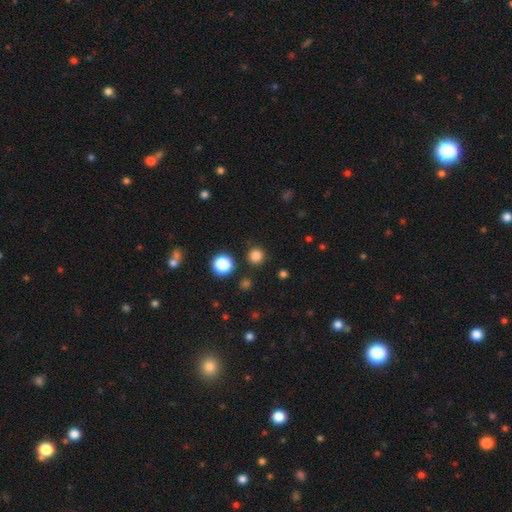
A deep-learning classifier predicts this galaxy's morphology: A smooth galaxy with no disk features (81%) that is round (95%). Merging: none (90%).